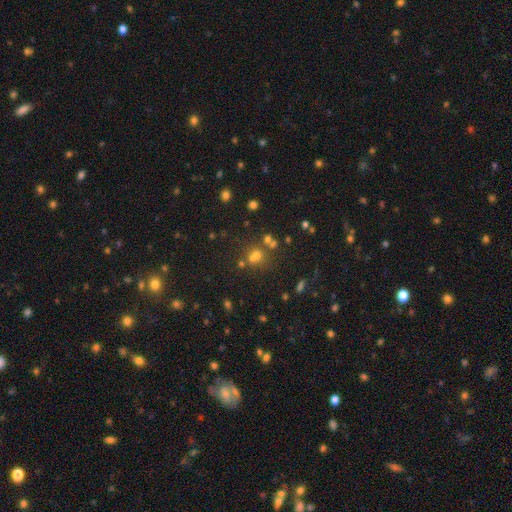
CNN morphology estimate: Overall: smooth (49%; star or artifact 37%). Merging: none (57%; merger 29%).